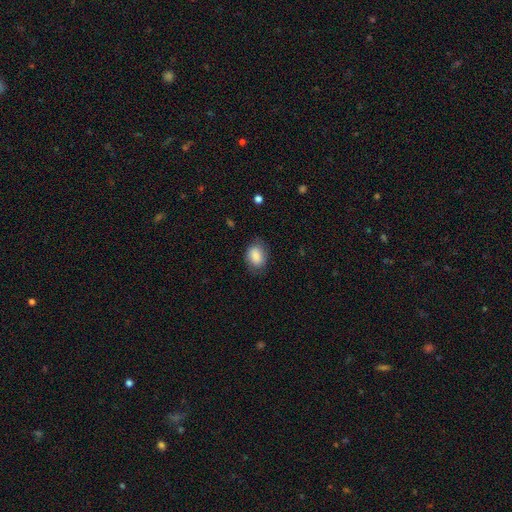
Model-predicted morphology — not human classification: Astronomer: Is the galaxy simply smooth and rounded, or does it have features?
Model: smooth — 81%.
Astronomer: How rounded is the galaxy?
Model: in between — 76%.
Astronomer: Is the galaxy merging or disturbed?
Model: none — 73%.